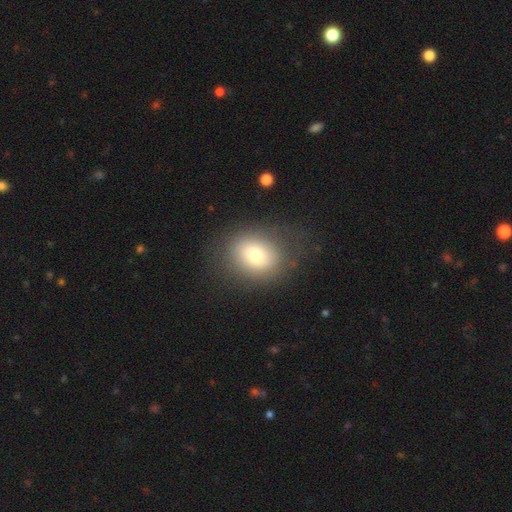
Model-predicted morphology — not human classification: A smooth galaxy with no disk features (73%) that is round (55%).

Vote fractions:
- Smooth or featured? smooth: 73% / featured or disk: 15% / star or artifact: 11%
- How rounded? round: 55% / in between: 44% / cigar-shaped: 1%
- Merging? none: 75% / minor disturbance: 14% / major disturbance: 9% / merger: 2%